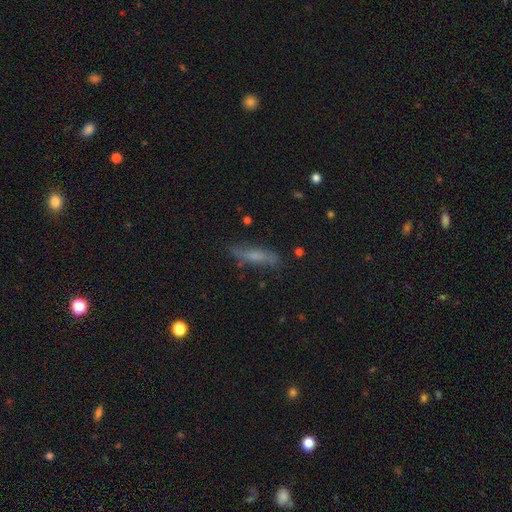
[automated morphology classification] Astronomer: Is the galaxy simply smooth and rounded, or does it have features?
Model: smooth — 56% (runner-up: featured or disk, 34%).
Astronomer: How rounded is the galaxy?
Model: cigar-shaped — 75%.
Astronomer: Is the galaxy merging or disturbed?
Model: none — 77%.